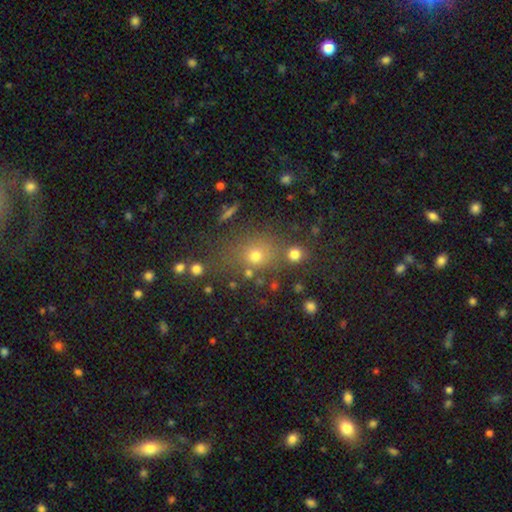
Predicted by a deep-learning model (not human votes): smooth-or-featured: smooth: 66% | star or artifact: 22% | featured or disk: 11%
  how-rounded: round: 71% | in between: 27% | cigar-shaped: 2%
  merging: none: 68% | merger: 14% | minor disturbance: 12% | major disturbance: 6%